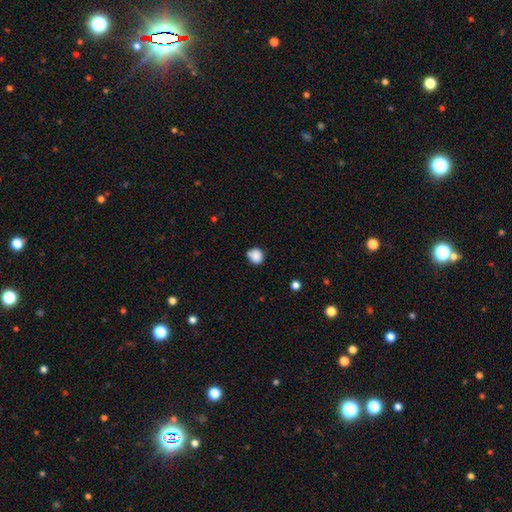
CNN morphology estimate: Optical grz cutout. It shows a smooth galaxy with no disk features (86%) that is round (85%). Merging: none (71%).